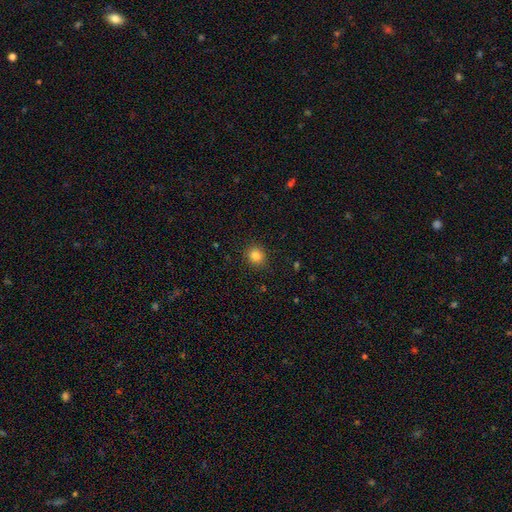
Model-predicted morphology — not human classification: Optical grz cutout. It shows a smooth galaxy with no disk features (84%) that is round (87%). Merging: none (90%).